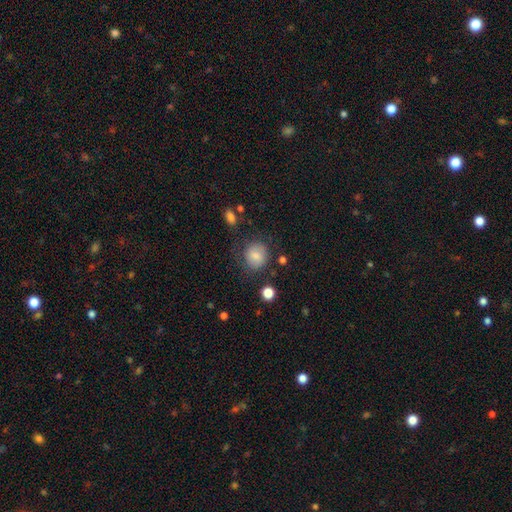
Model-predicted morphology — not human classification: Smooth or featured? Predicted: smooth (p=0.81). How rounded? Predicted: round (p=0.80). Merging? Predicted: none (p=0.74).